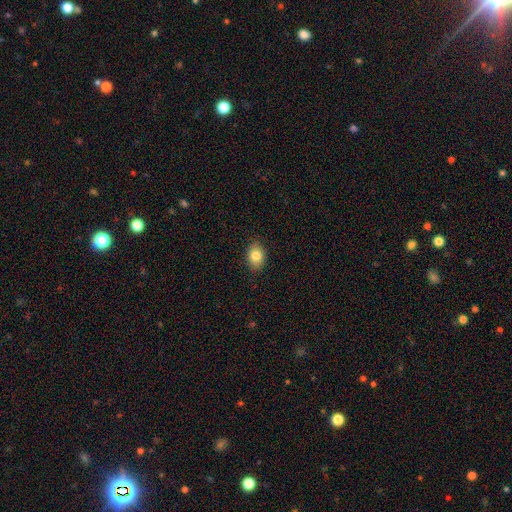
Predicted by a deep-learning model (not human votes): smooth 83%, star or artifact 8%, featured or disk 8%. Down the decision tree: how rounded — in between (75%); merging — none (88%).